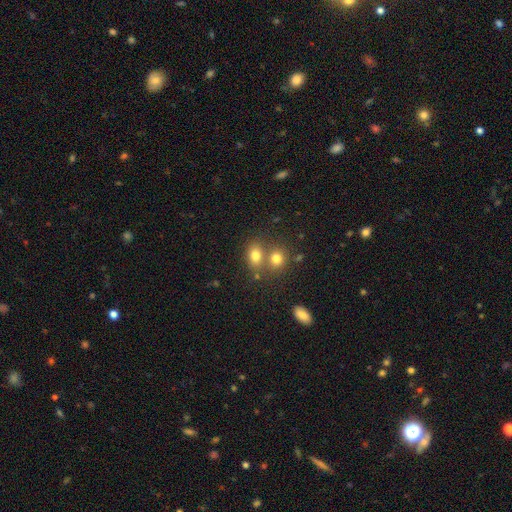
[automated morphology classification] Overall: smooth (78%). How rounded: in between (60%; round 39%). Merging: none (46%; merger 40%).